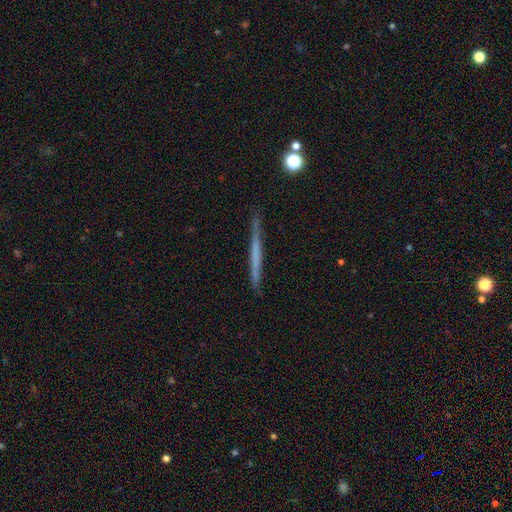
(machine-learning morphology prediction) Smooth or featured? featured or disk (50%)
Merging? none (89%)